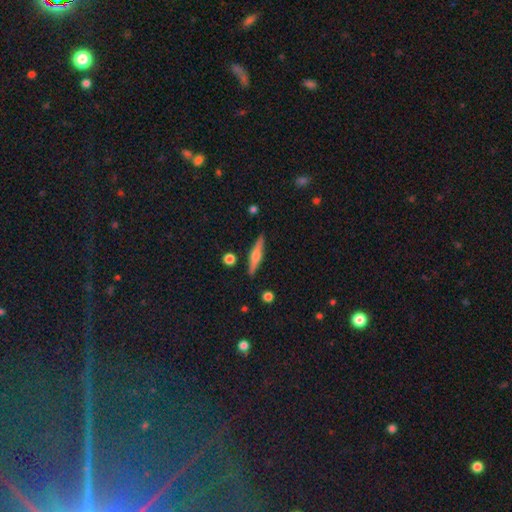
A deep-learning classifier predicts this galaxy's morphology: Smooth or featured? Predicted: featured or disk (p=0.54). Edge-on disk? Predicted: yes (p=0.96). Edge-on bulge? Predicted: rounded (p=0.84). Merging? Predicted: none (p=0.88).